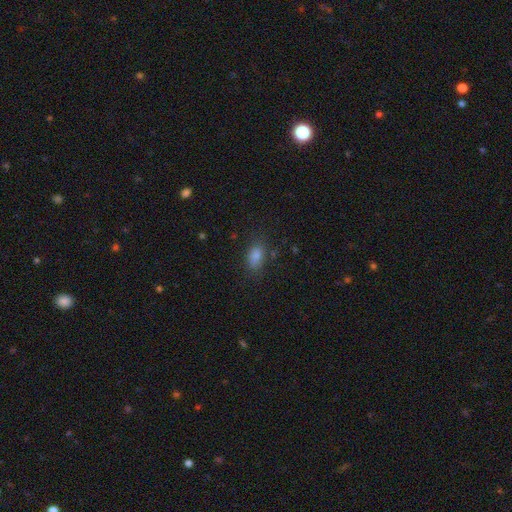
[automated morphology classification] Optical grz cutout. It shows a smooth galaxy with no disk features (77%) that is in between round and cigar-shaped (83%). Merging: none (77%).